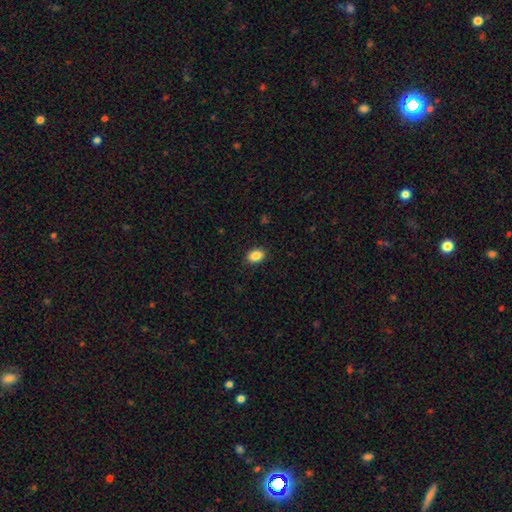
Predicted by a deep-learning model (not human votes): Q: Smooth or featured?
A: smooth (88%); runner-up: star or artifact (8%)
Q: How rounded?
A: in between (79%); runner-up: round (20%)
Q: Merging?
A: none (89%); runner-up: minor disturbance (8%)